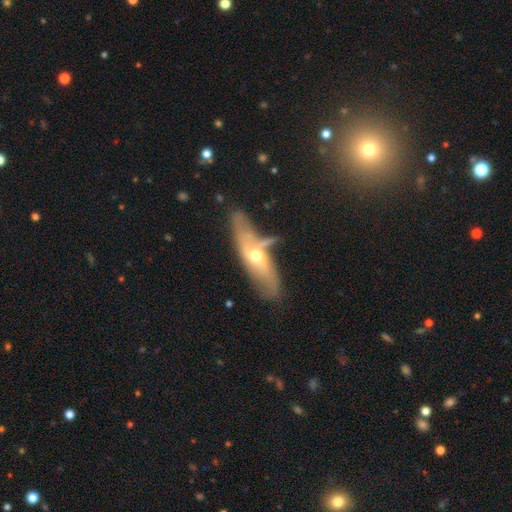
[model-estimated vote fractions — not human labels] smooth-or-featured: featured or disk: 59% | smooth: 34% | star or artifact: 7%
  disk-edge-on: no: 68% | yes: 32%
  merging: none: 38% | merger: 22% | minor disturbance: 22% | major disturbance: 17%